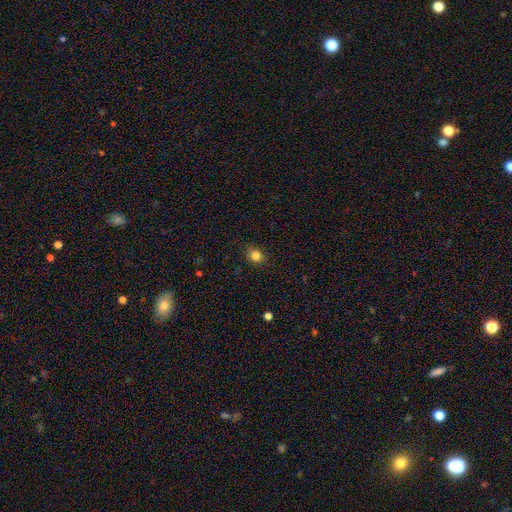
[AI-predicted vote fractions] smooth-or-featured: smooth: 83% | star or artifact: 12% | featured or disk: 5%
  how-rounded: round: 63% | in between: 35% | cigar-shaped: 1%
  merging: none: 85% | minor disturbance: 11% | major disturbance: 2% | merger: 1%